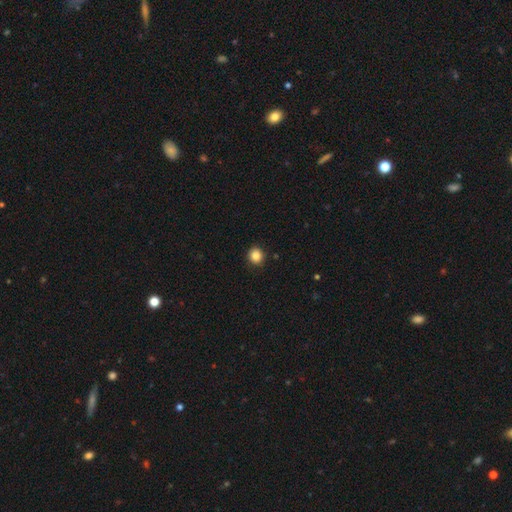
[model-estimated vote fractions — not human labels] This is clearly a smooth galaxy (85%). How rounded: clearly round (89%). Merging: clearly none (90%).